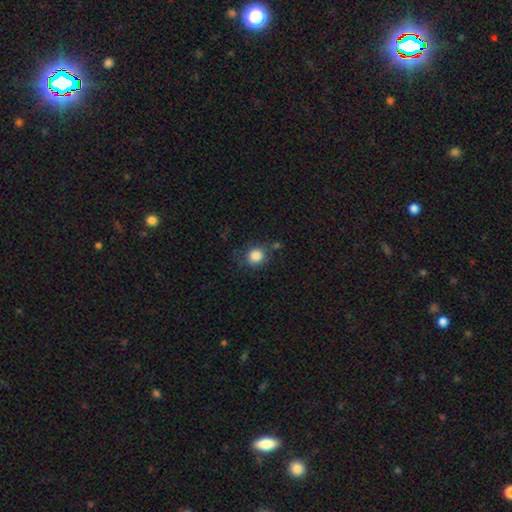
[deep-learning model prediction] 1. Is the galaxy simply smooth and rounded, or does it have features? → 85% smooth, 9% star or artifact, 6% featured or disk.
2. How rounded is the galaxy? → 80% round, 19% in between, 1% cigar-shaped.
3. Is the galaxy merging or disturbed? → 70% none, 18% minor disturbance, 7% major disturbance, 5% merger.